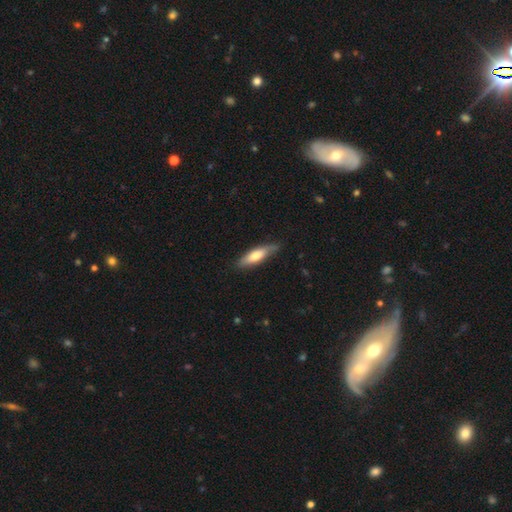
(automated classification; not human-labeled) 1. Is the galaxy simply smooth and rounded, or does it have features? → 65% smooth, 30% featured or disk, 5% star or artifact.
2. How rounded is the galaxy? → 62% cigar-shaped, 37% in between, 2% round.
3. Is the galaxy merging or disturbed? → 79% none, 17% minor disturbance, 3% major disturbance, 1% merger.